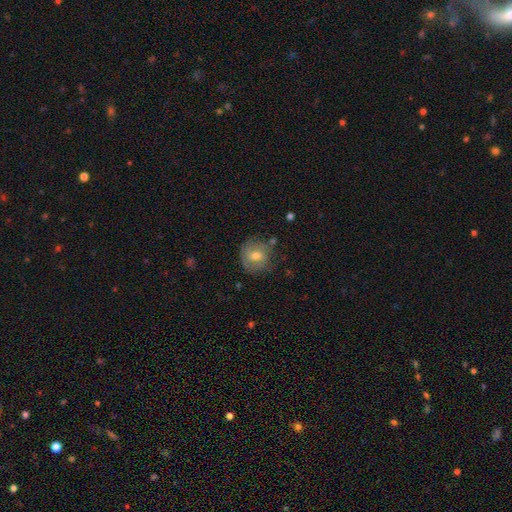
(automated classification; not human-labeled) Smooth or featured?
  - smooth: 57% *
  - featured or disk: 33%
  - star or artifact: 10%
How rounded?
  - round: 85% *
  - in between: 14%
  - cigar-shaped: 1%
Merging?
  - none: 69% *
  - minor disturbance: 21%
  - major disturbance: 7%
  - merger: 3%